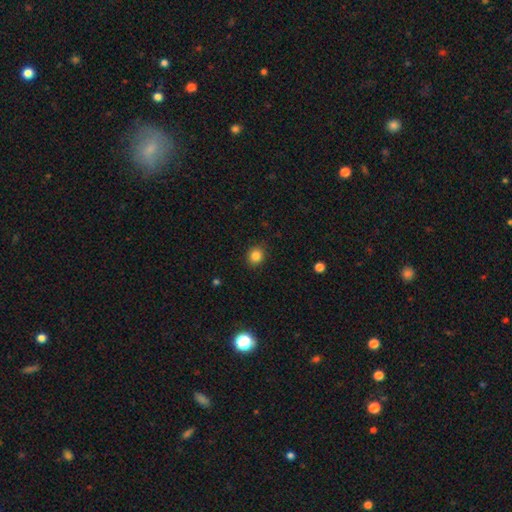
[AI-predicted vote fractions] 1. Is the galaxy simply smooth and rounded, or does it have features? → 85% smooth, 11% star or artifact, 4% featured or disk.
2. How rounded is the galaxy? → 82% round, 17% in between, 1% cigar-shaped.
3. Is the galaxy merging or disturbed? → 89% none, 8% minor disturbance, 2% major disturbance, 1% merger.